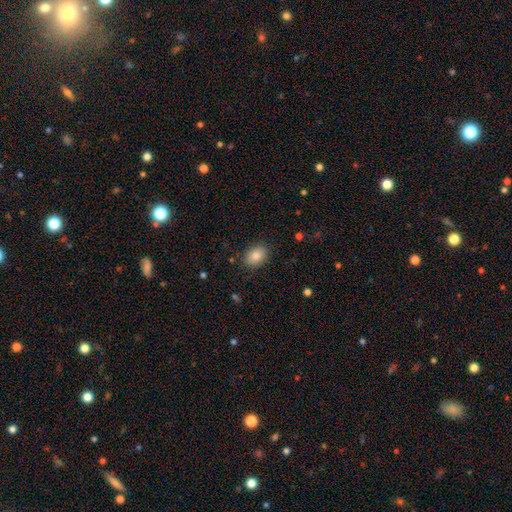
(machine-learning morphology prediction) smooth-or-featured: smooth: 83% | featured or disk: 9% | star or artifact: 8%
  how-rounded: in between: 72% | round: 27% | cigar-shaped: 1%
  merging: none: 87% | minor disturbance: 10% | major disturbance: 2% | merger: 1%